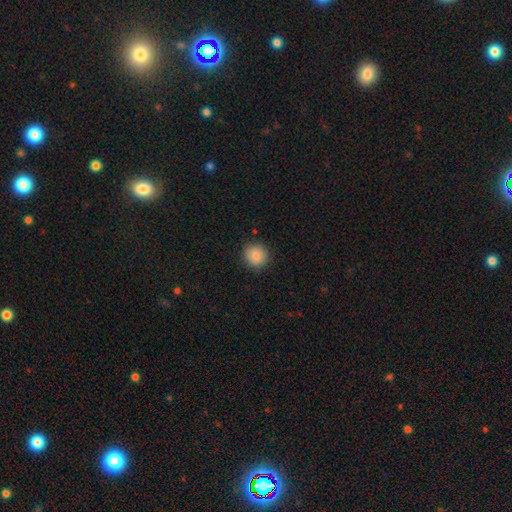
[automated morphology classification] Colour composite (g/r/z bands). It shows a smooth galaxy with no disk features (86%) that is round (90%). Merging: none (89%).